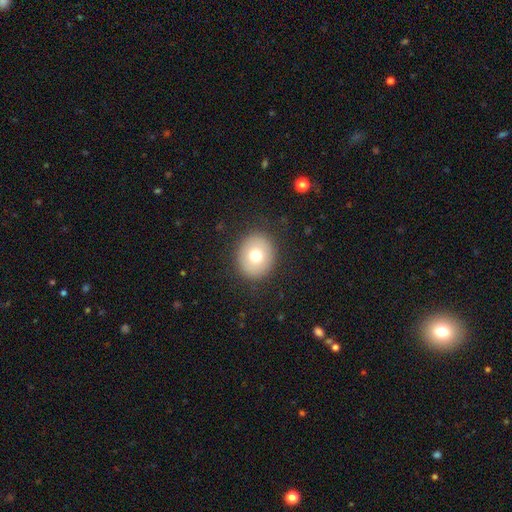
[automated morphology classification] Smooth or featured: smooth — 73% (featured or disk — 17%)
How rounded: round — 73% (in between — 26%)
Merging: none — 88% (minor disturbance — 8%)